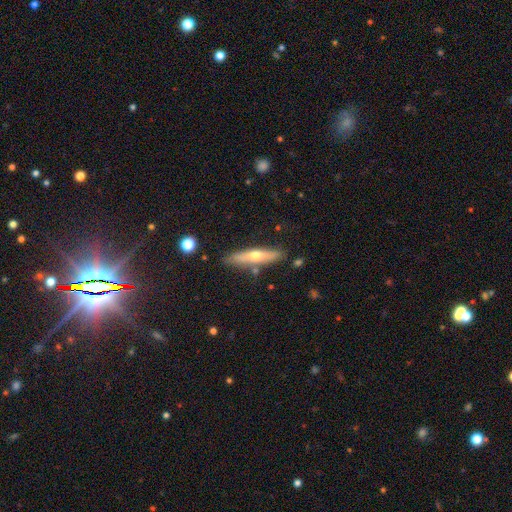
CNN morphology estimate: Smooth or featured: featured or disk — 50% (smooth — 44%)
Merging: none — 80% (minor disturbance — 13%)